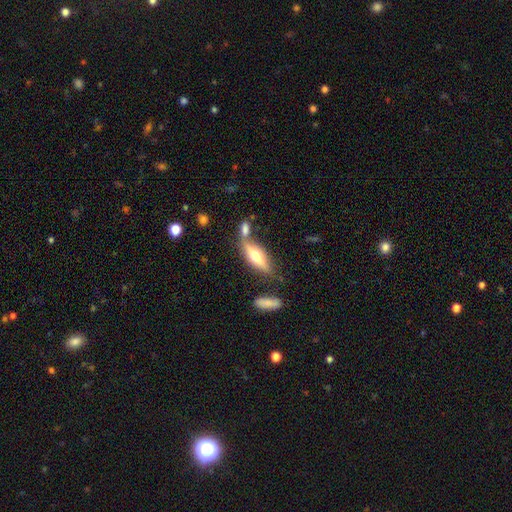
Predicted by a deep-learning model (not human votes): Morphology: type=smooth (52%); roundness=in between (49%, tied with cigar-shaped); merging=none (55%).